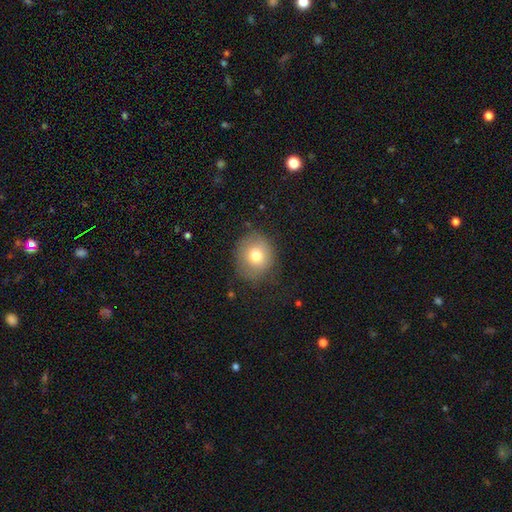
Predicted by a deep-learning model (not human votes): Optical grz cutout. It shows a smooth galaxy with no disk features (75%) that is round (77%). Merging: none (77%).